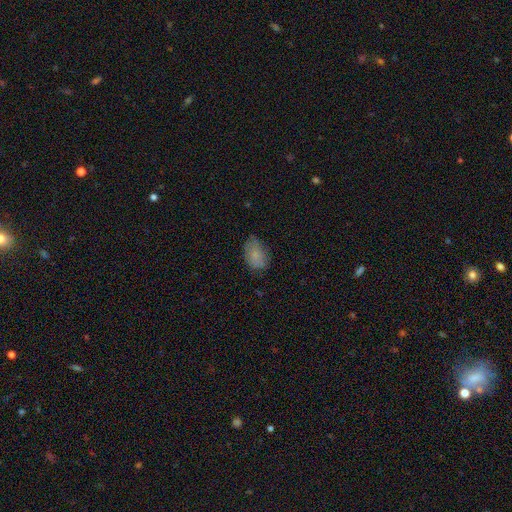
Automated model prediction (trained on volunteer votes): Smooth or featured? smooth (80%)
How rounded? in between (87%)
Merging? none (65%)